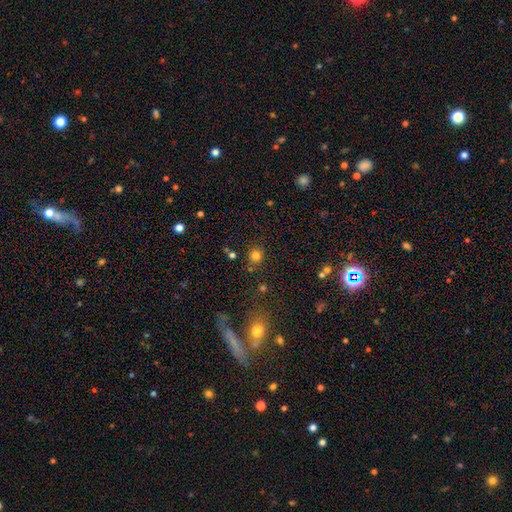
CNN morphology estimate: A smooth galaxy with no disk features (80%) that is round (84%). Merging: none (83%).